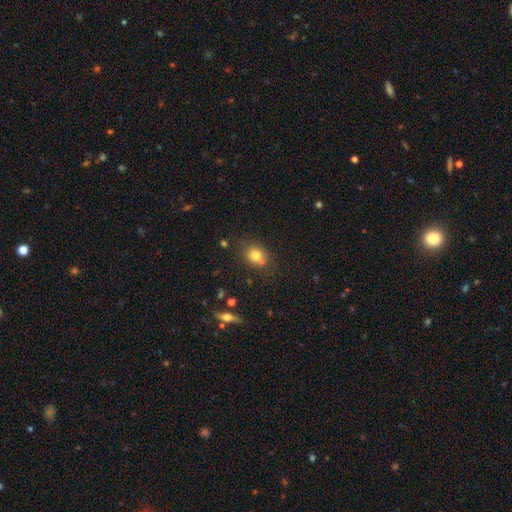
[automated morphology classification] A smooth galaxy with no disk features (77%) that is round (60%). Merging: none (66%).